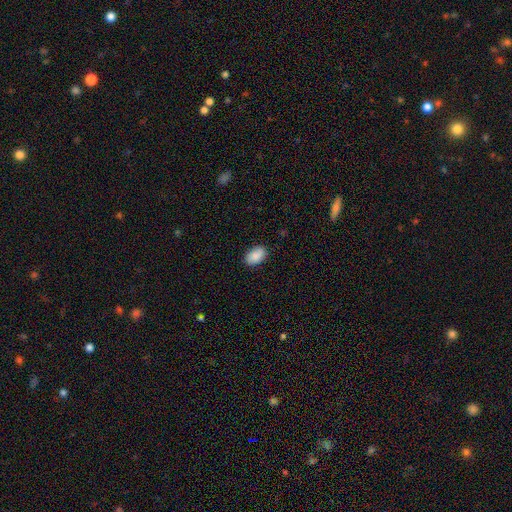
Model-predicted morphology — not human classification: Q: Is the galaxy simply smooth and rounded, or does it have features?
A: smooth — 89%.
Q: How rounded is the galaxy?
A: in between — 91%.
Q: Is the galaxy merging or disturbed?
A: none — 87%.